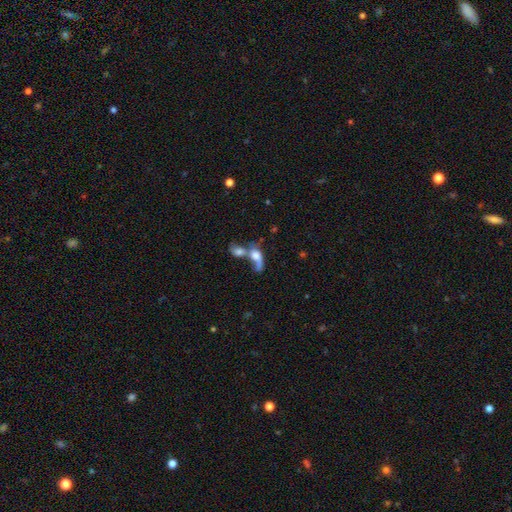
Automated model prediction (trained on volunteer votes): The model was most divided on "smooth or featured": smooth: 51%, featured or disk: 39%, star or artifact: 11%. More confident: merging — merger (75%); how rounded — in between (64%).